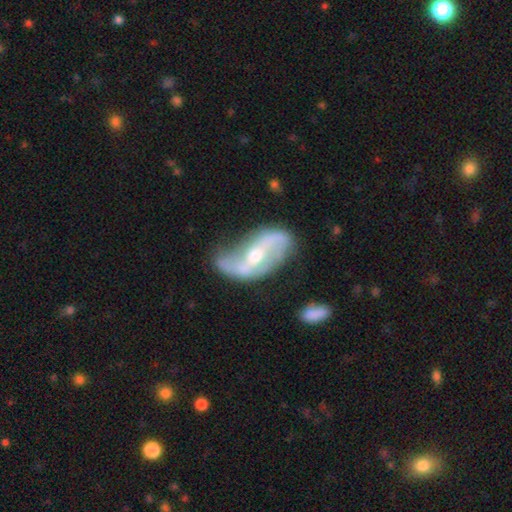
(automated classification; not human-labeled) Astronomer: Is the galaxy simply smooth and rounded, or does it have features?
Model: featured or disk — 85%.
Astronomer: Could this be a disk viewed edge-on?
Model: no — 95%.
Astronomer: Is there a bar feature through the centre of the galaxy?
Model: weak — 38% (runner-up: strong, 34%).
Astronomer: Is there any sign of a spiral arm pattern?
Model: yes — 91%.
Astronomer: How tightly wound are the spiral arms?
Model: loose — 70%.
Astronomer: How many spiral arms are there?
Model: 2 — 89%.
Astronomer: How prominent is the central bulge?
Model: moderate — 56% (runner-up: small, 38%).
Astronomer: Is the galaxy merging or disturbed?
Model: none — 57%.